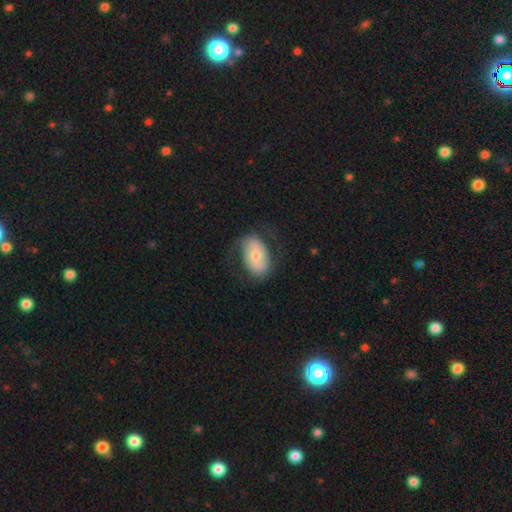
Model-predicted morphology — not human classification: Smooth or featured?
  - smooth: 48% *
  - featured or disk: 45%
  - star or artifact: 6%
Merging?
  - none: 66% *
  - minor disturbance: 19%
  - major disturbance: 14%
  - merger: 1%